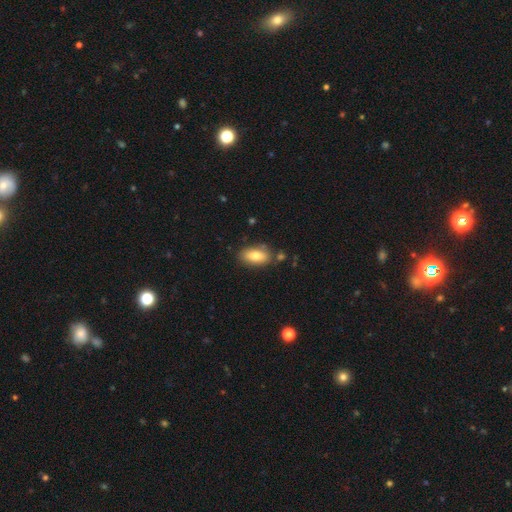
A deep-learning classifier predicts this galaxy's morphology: Smooth or featured? Predicted: smooth (p=0.78). How rounded? Predicted: in between (p=0.90). Merging? Predicted: none (p=0.77).